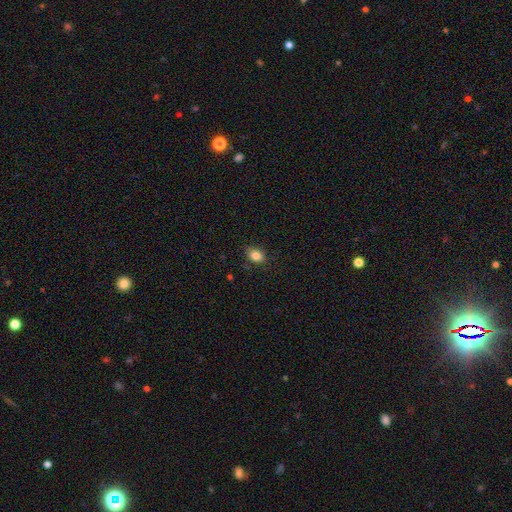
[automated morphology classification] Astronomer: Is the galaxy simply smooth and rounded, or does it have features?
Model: smooth — 85%.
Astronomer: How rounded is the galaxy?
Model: in between — 69%.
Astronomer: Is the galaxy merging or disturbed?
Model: none — 84%.